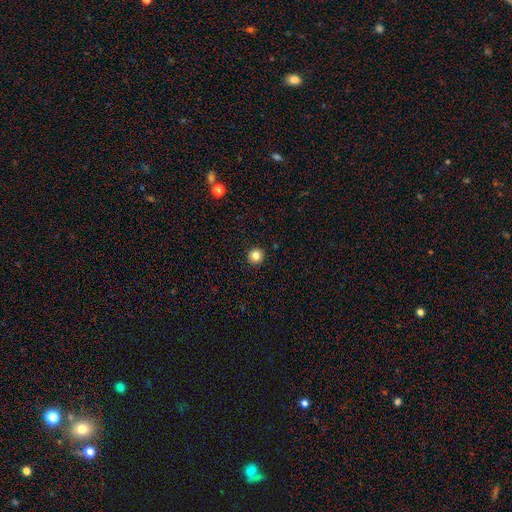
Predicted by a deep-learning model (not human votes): smooth_or_featured: smooth (p=0.83) [alt: star or artifact p=0.12]
how_rounded: round (p=0.96) [alt: in between p=0.03]
merging: none (p=0.94) [alt: minor disturbance p=0.04]